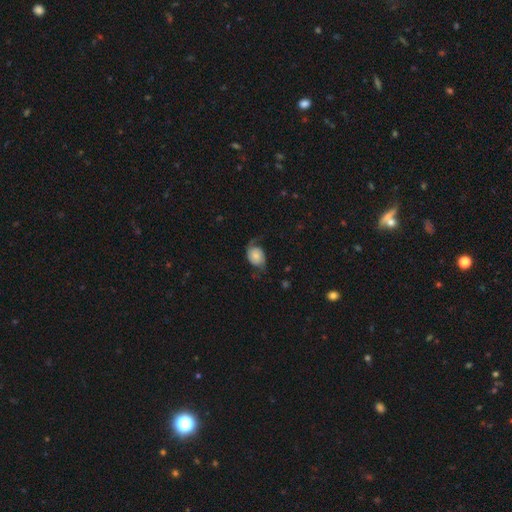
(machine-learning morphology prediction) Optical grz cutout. It shows a featured or disk galaxy (51%). Merging: none (54%).